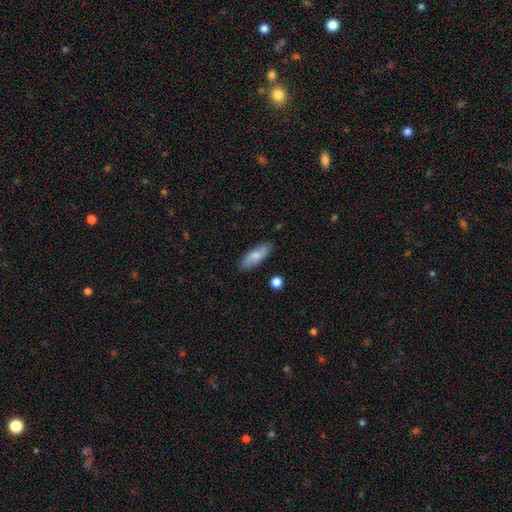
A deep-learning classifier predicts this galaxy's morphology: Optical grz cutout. It shows a smooth galaxy with no disk features (75%) that is in between round and cigar-shaped (68%). Merging: none (85%).